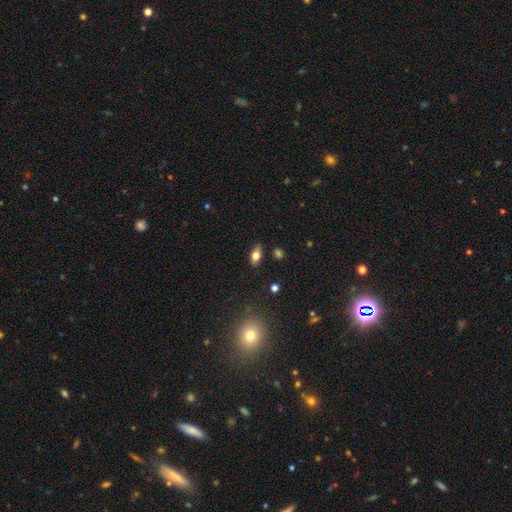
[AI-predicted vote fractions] Overall: smooth (71%). How rounded: in between (85%). Merging: none (82%).